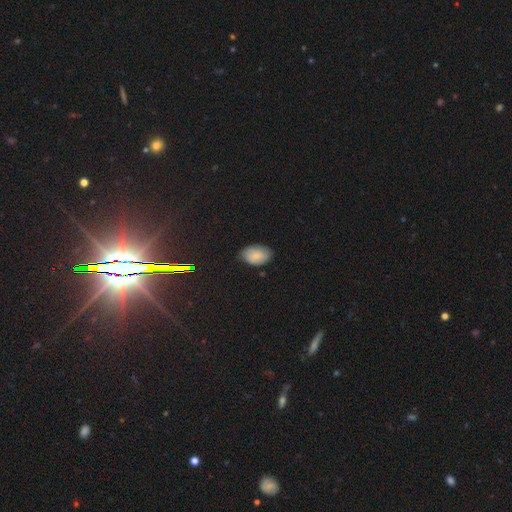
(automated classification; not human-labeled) Smooth or featured? smooth (78%)
How rounded? in between (90%)
Merging? none (76%)